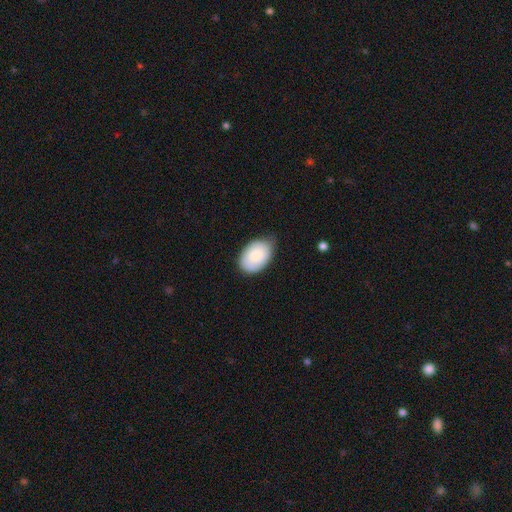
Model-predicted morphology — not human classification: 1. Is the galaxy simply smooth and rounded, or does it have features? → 82% smooth, 12% featured or disk, 6% star or artifact.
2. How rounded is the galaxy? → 88% in between, 11% round, 1% cigar-shaped.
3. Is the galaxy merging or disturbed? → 64% none, 31% minor disturbance, 4% major disturbance, 1% merger.